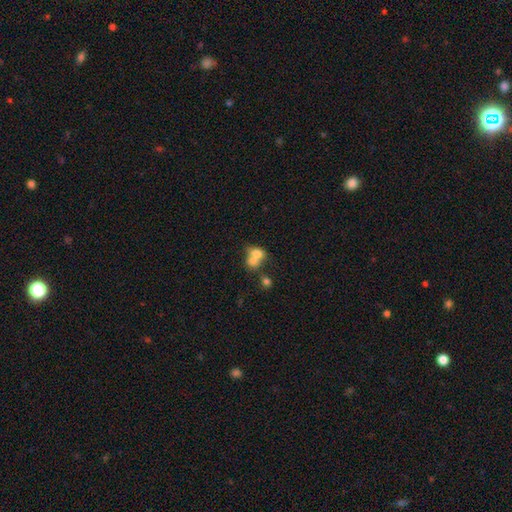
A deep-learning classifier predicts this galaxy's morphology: type=smooth (71%); roundness=round (55%); merging=merger (66%).